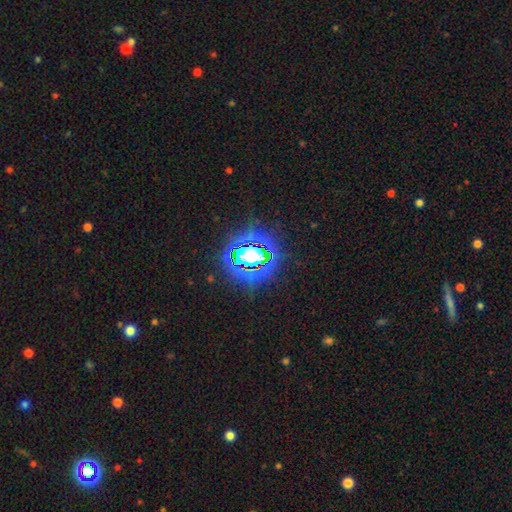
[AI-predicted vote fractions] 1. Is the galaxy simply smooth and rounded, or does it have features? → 82% star or artifact, 11% smooth, 7% featured or disk.